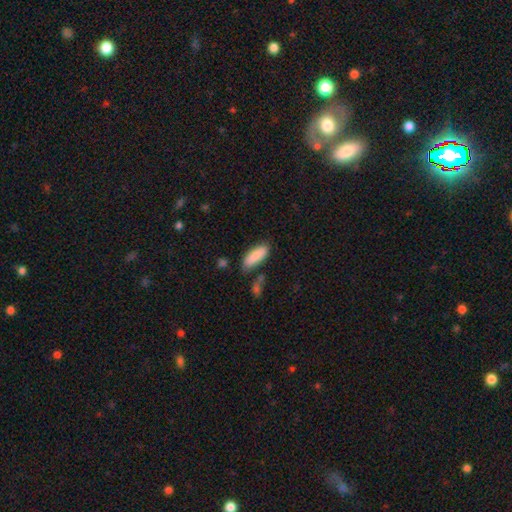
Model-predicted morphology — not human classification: Smooth or featured? smooth (86%)
How rounded? in between (66%)
Merging? none (73%)